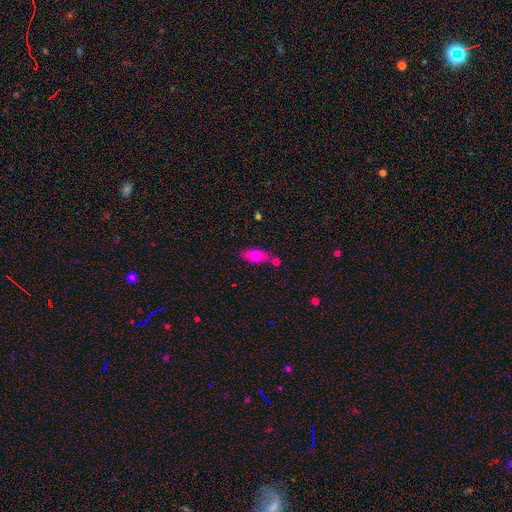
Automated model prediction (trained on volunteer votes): A smooth galaxy with no disk features (74%) that is in between round and cigar-shaped (84%). Merging: none (71%).